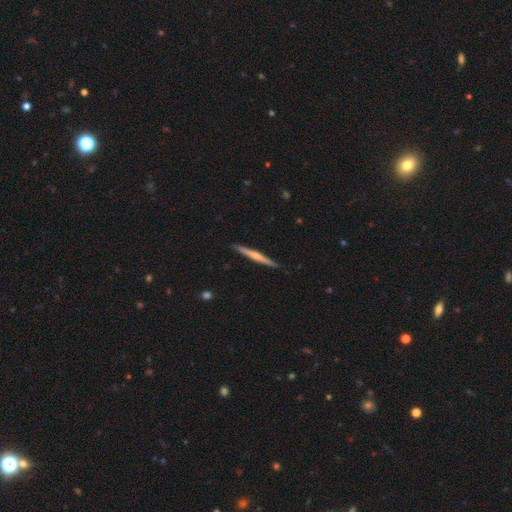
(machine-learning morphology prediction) This appears to be a featured or disk galaxy (55%) viewed edge-on (98%) with a rounded central bulge (52%). Merging: none (90%).